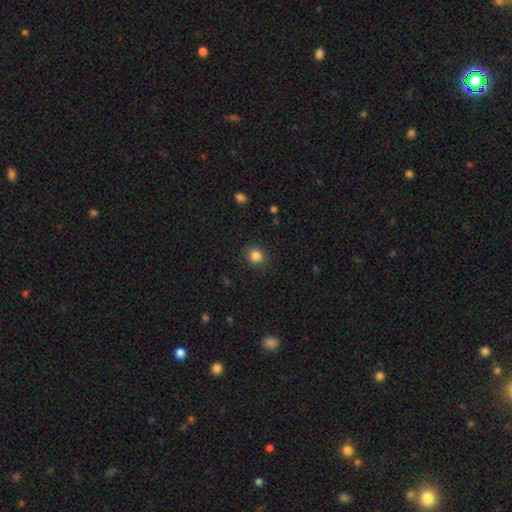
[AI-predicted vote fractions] This is clearly a smooth galaxy (85%). How rounded: clearly round (83%). Merging: clearly none (88%).